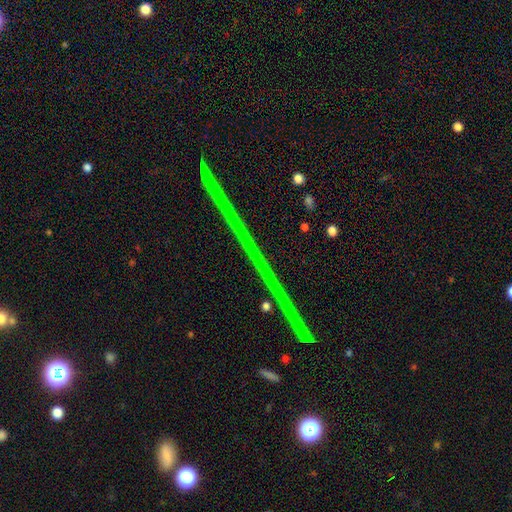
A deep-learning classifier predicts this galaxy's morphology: Smooth or featured?
  - star or artifact: 65% *
  - featured or disk: 25%
  - smooth: 10%